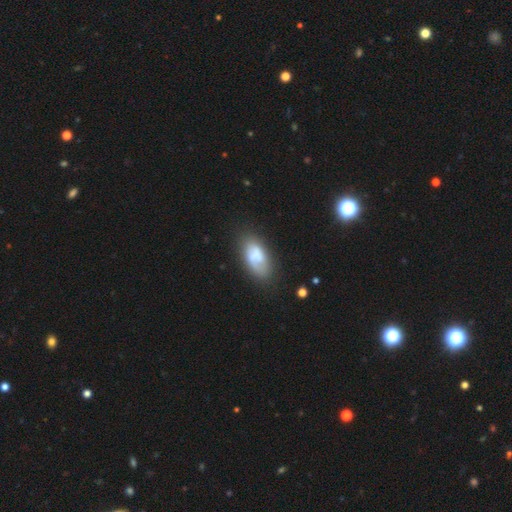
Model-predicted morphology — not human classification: A smooth galaxy with no disk features (59%) that is in between round and cigar-shaped (92%).

Vote fractions:
- Smooth or featured? smooth: 59% / featured or disk: 33% / star or artifact: 8%
- How rounded? in between: 92% / cigar-shaped: 4% / round: 4%
- Merging? none: 57% / minor disturbance: 25% / major disturbance: 13% / merger: 5%